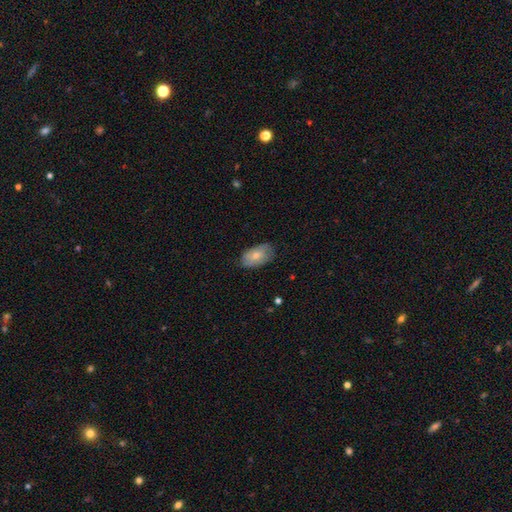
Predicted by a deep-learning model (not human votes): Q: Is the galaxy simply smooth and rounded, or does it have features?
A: smooth — 71%.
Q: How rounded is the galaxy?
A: in between — 93%.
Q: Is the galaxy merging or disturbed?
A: none — 75%.